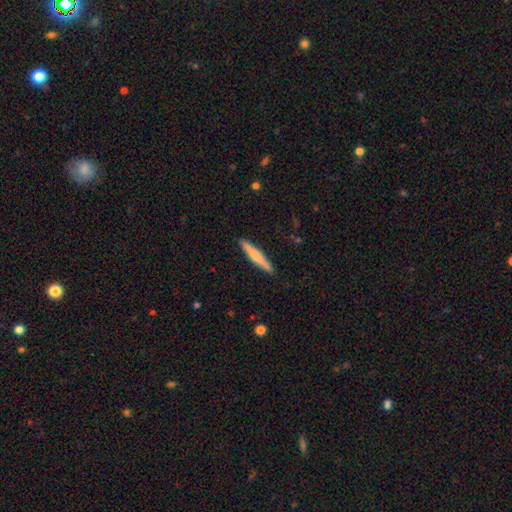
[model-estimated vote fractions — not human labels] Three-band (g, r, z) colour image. It shows a smooth galaxy with no disk features (60%) that is cigar-shaped (94%). Merging: none (91%).